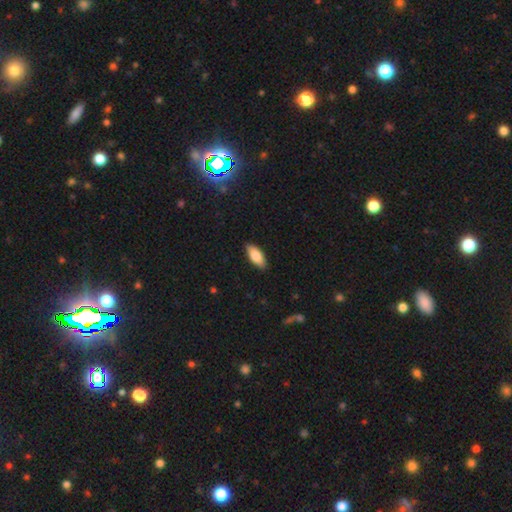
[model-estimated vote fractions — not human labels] Smooth or featured: smooth — 81% (featured or disk — 13%)
How rounded: in between — 82% (cigar-shaped — 16%)
Merging: none — 89% (minor disturbance — 9%)